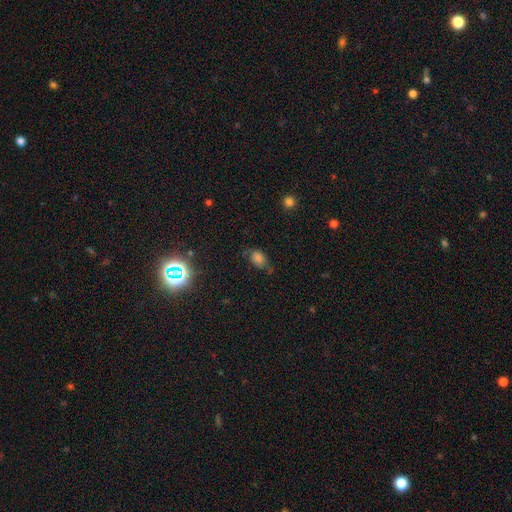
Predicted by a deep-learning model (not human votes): Morphology: type=smooth (52%); roundness=in between (71%); merging=none (68%).